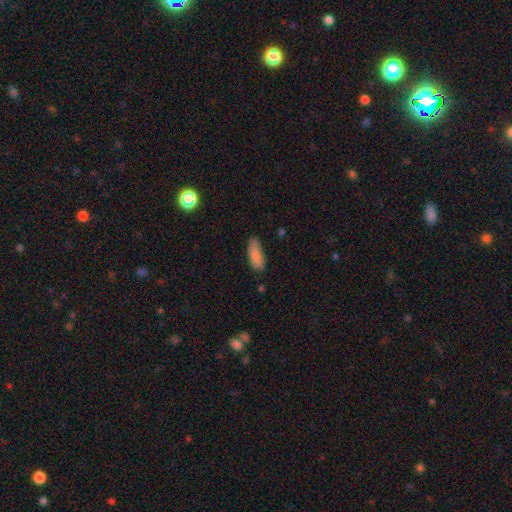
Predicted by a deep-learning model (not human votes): Smooth or featured? Predicted: smooth (p=0.86). How rounded? Predicted: in between (p=0.66). Merging? Predicted: none (p=0.62).